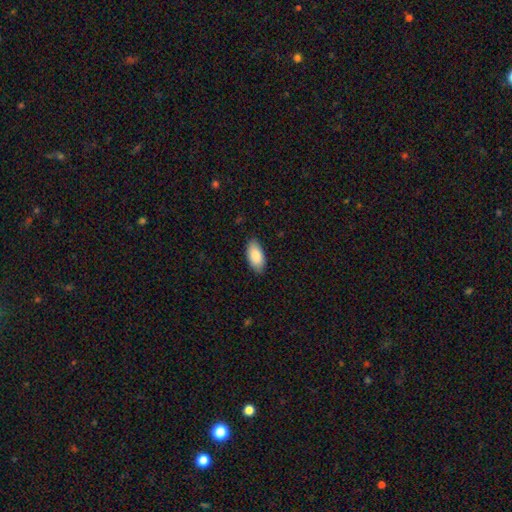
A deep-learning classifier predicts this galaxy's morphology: smooth 88%, featured or disk 6%, star or artifact 6%. Down the decision tree: how rounded — in between (94%); merging — none (86%).